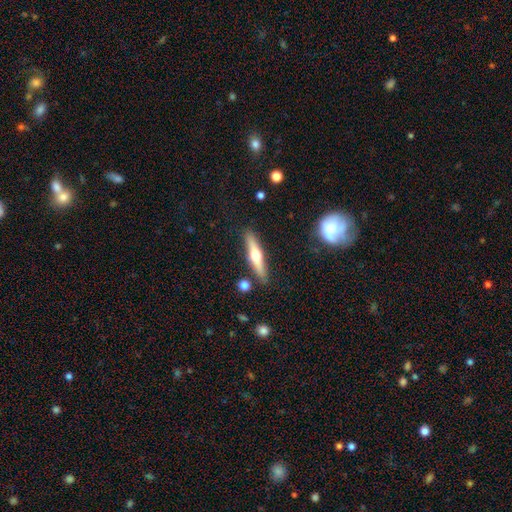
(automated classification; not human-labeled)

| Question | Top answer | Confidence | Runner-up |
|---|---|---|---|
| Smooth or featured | featured or disk | 54% | smooth (40%) |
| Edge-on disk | yes | 94% | no (6%) |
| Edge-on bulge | rounded | 93% | none (4%) |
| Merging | none | 86% | minor disturbance (9%) |